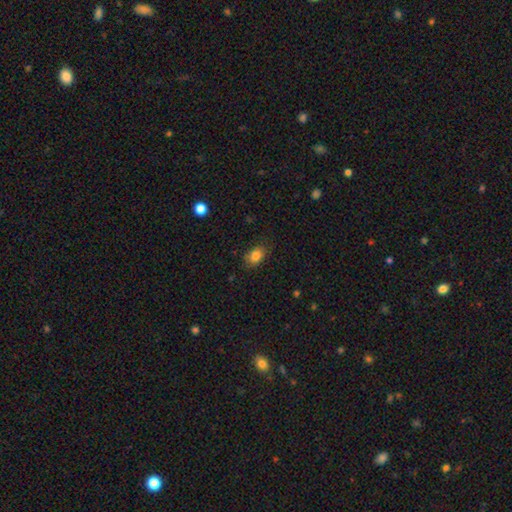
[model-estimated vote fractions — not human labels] Overall: smooth (83%). How rounded: in between (77%). Merging: none (81%).